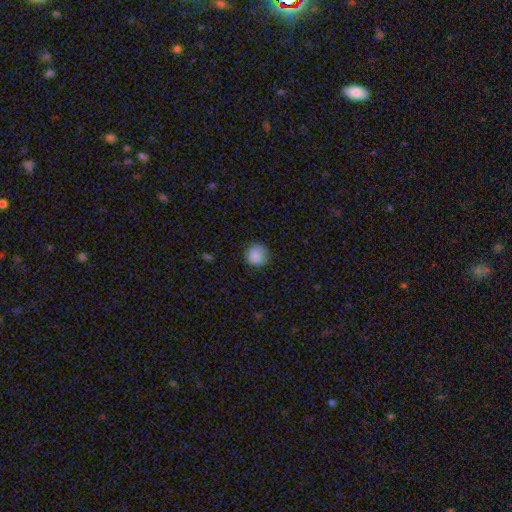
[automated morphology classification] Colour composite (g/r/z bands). It shows a smooth galaxy with no disk features (87%) that is round (92%). Merging: none (80%).